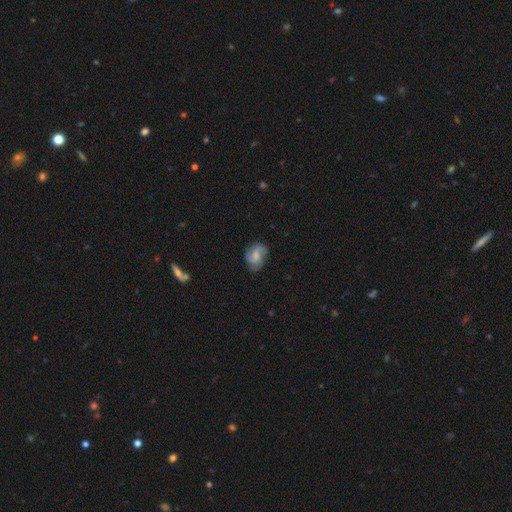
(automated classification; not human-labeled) Morphology: type=featured or disk (46%); merging=none (61%).